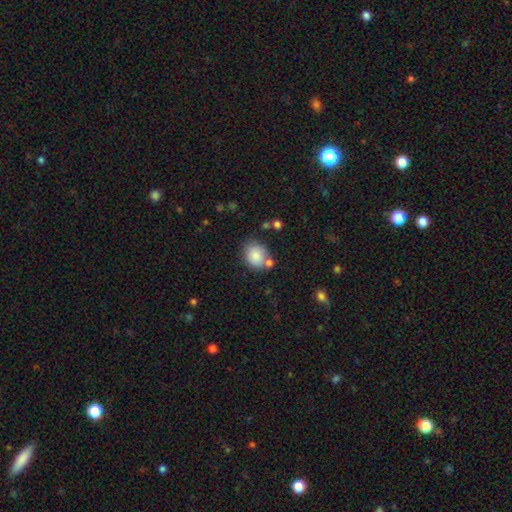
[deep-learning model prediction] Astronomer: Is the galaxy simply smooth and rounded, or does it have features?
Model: smooth — 83%.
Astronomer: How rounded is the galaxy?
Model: round — 58% (runner-up: in between, 41%).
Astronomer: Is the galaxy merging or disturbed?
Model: none — 68%.